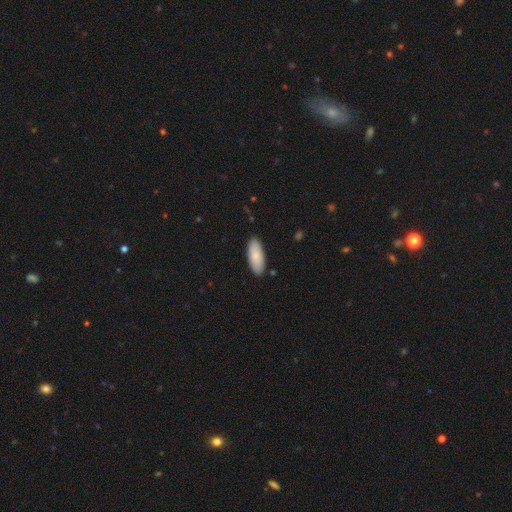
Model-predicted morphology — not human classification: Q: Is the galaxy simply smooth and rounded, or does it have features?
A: smooth — 84%.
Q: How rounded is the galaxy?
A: in between — 79%.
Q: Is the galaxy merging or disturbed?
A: none — 89%.